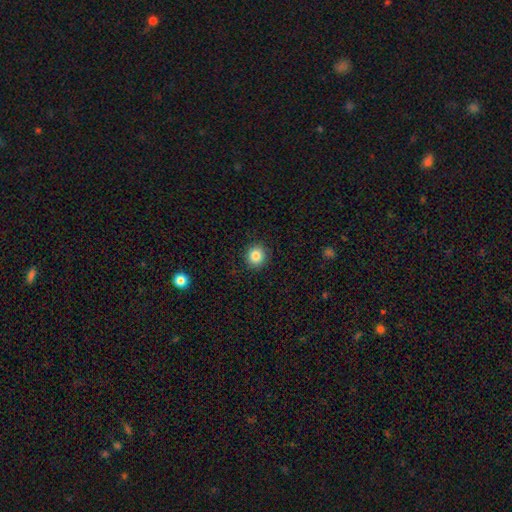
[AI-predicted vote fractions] smooth-or-featured: smooth: 84% | star or artifact: 10% | featured or disk: 6%
  how-rounded: round: 90% | in between: 9% | cigar-shaped: 1%
  merging: none: 91% | minor disturbance: 6% | major disturbance: 2% | merger: 1%